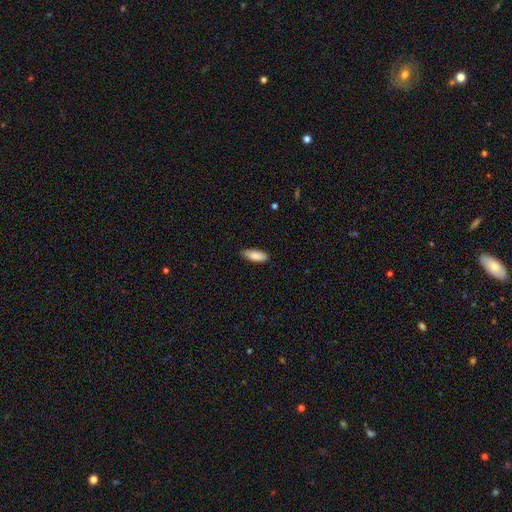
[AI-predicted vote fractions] Smooth or featured: smooth — 88% (star or artifact — 6%)
How rounded: in between — 76% (cigar-shaped — 23%)
Merging: none — 85% (minor disturbance — 12%)